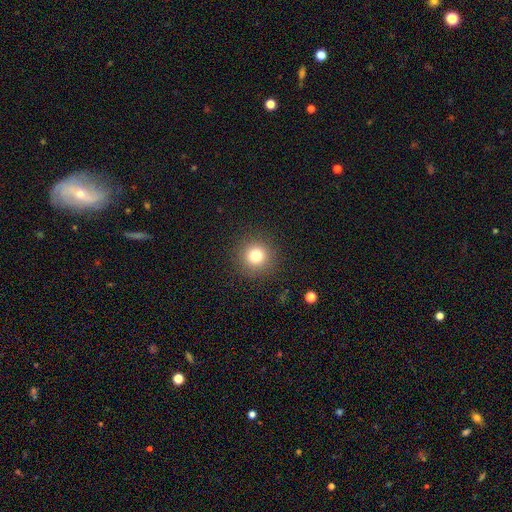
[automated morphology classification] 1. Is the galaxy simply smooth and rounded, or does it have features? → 80% smooth, 13% star or artifact, 7% featured or disk.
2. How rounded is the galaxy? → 95% round, 4% in between, 1% cigar-shaped.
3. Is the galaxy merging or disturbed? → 90% none, 6% minor disturbance, 3% major disturbance, 1% merger.